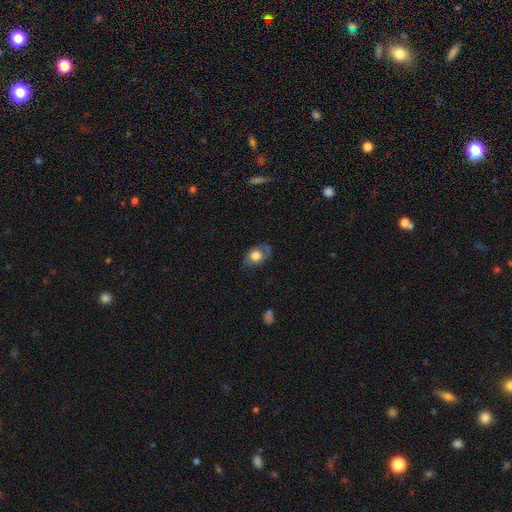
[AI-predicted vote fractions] smooth-or-featured: smooth: 63% | featured or disk: 30% | star or artifact: 7%
  how-rounded: in between: 77% | round: 21% | cigar-shaped: 2%
  merging: none: 71% | minor disturbance: 21% | major disturbance: 6% | merger: 1%